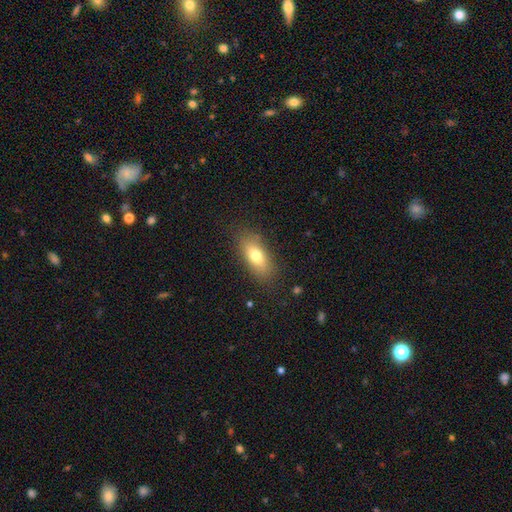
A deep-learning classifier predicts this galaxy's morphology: type=smooth (74%); roundness=in between (81%); merging=none (83%).